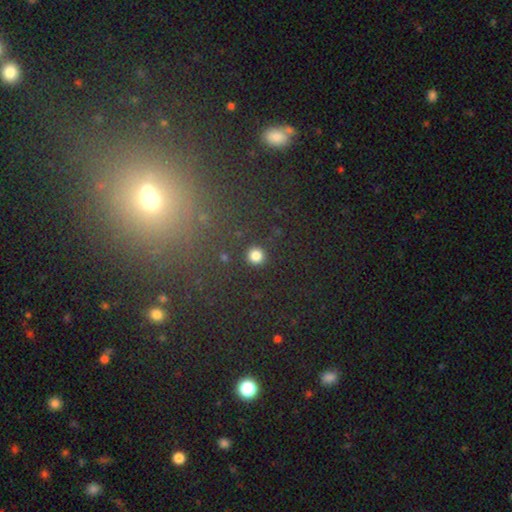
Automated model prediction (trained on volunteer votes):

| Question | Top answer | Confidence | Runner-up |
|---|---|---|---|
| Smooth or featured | smooth | 81% | star or artifact (14%) |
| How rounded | round | 93% | in between (5%) |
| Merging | none | 91% | minor disturbance (5%) |